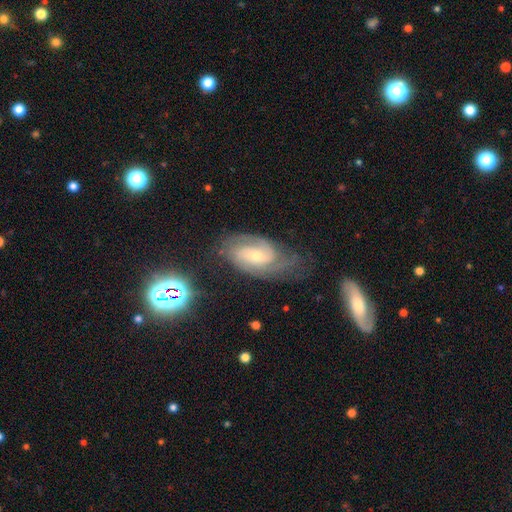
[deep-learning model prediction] Smooth or featured? Predicted: featured or disk (p=0.79). Edge-on disk? Predicted: no (p=0.95). Bar? Predicted: no (p=0.55). Spiral arms? Predicted: yes (p=0.94). Spiral winding? Predicted: tight (p=0.48). Spiral arm count? Predicted: 2 (p=0.51). Bulge size? Predicted: small (p=0.59). Merging? Predicted: none (p=0.60).